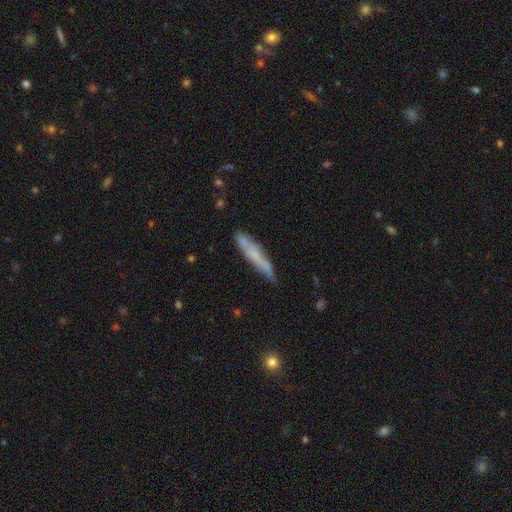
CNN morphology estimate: smooth 53%, featured or disk 40%, star or artifact 7%. Down the decision tree: how rounded — cigar-shaped (89%); merging — none (67%).